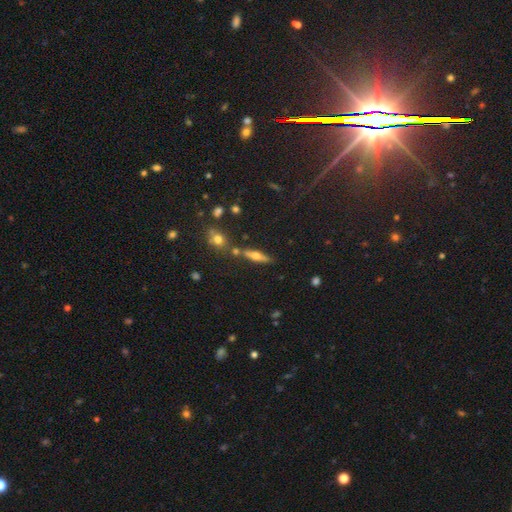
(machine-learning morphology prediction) featured or disk 47%, smooth 42%, star or artifact 10%. Down the decision tree: merging — none (71%).